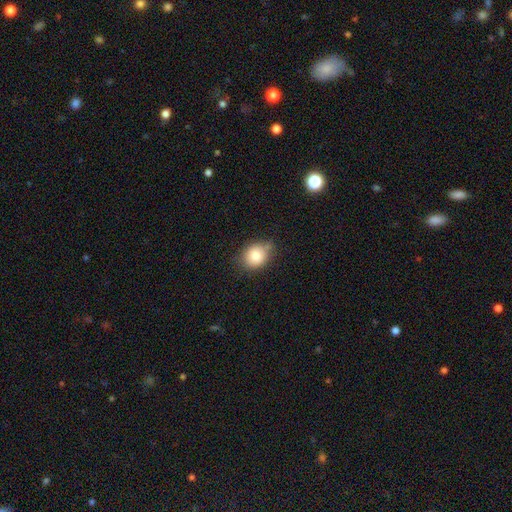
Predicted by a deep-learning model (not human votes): Overall: smooth (81%). How rounded: round (55%; in between 44%). Merging: none (66%; minor disturbance 26%).